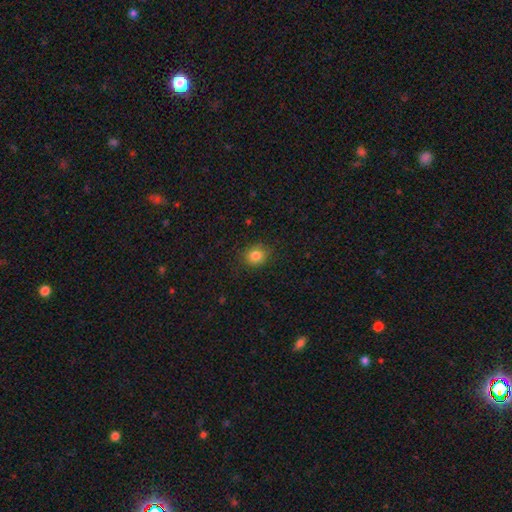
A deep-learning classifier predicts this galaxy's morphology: The model was most divided on "how rounded": round: 77%, in between: 22%, cigar-shaped: 1%. More confident: merging — none (86%); smooth or featured — smooth (84%).